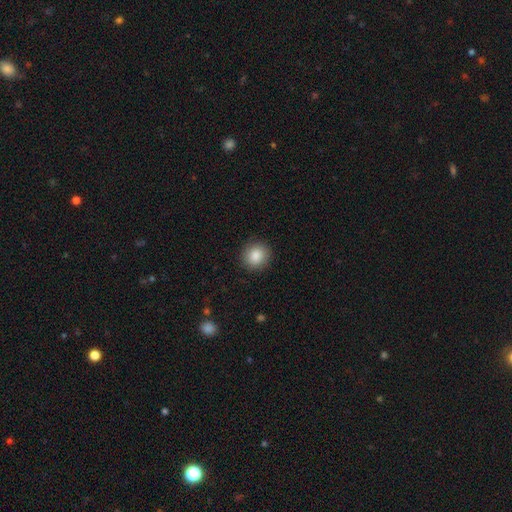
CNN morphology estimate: smooth_or_featured: smooth (p=0.87) [alt: star or artifact p=0.08]
how_rounded: round (p=0.85) [alt: in between p=0.14]
merging: none (p=0.90) [alt: minor disturbance p=0.07]